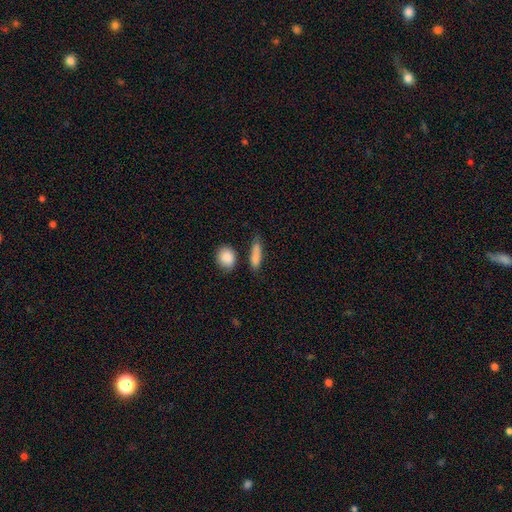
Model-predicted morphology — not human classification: This appears to be a smooth galaxy with no disk features (84%) that is cigar-shaped (55%). Merging: none (64%).